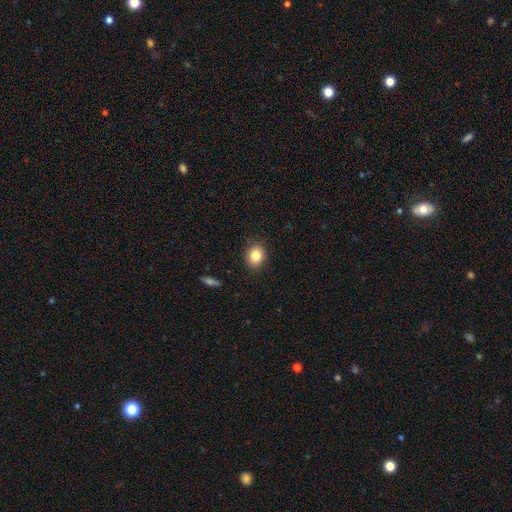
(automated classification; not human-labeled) smooth 83%, star or artifact 10%, featured or disk 7%. Down the decision tree: how rounded — round (52%); merging — none (87%).